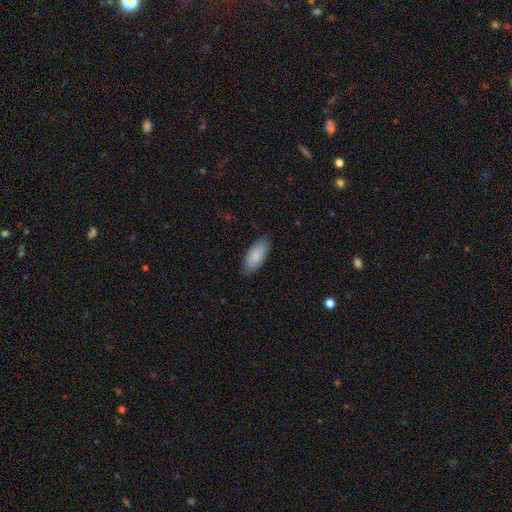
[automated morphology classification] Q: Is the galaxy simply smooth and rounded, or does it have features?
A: smooth — 86%.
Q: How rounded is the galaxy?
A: in between — 90%.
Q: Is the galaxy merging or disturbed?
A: none — 83%.